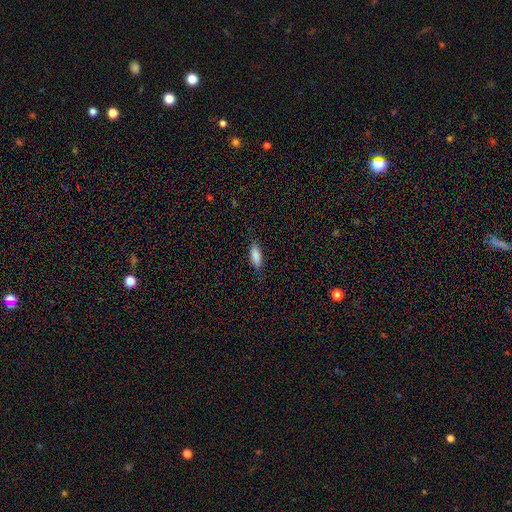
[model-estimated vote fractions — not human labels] Smooth or featured? smooth (85%)
How rounded? in between (65%)
Merging? none (84%)